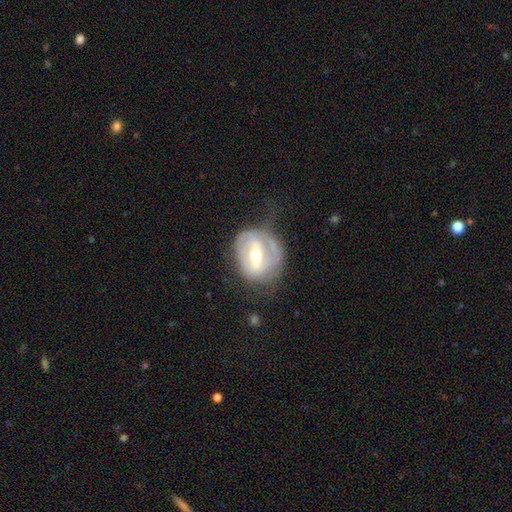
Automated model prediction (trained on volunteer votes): smooth_or_featured: featured or disk (p=0.73) [alt: smooth p=0.21]
disk_edge_on: no (p=0.94) [alt: yes p=0.06]
bar: strong (p=0.52) [alt: weak p=0.34]
has_spiral_arms: yes (p=0.58) [alt: no p=0.42]
bulge_size: moderate (p=0.66) [alt: small p=0.26]
merging: none (p=0.50) [alt: minor disturbance p=0.27]